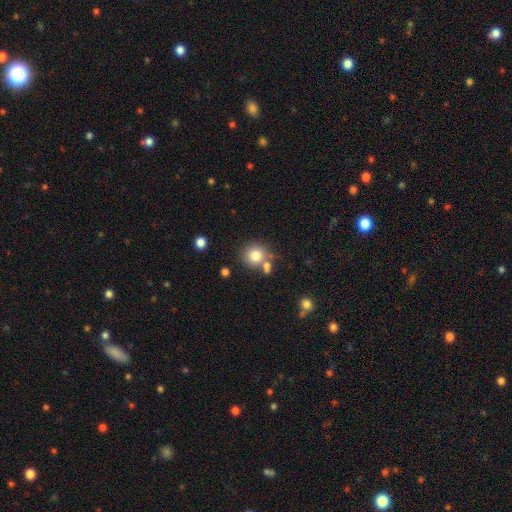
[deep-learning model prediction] Smooth or featured? Predicted: smooth (p=0.80). How rounded? Predicted: round (p=0.88). Merging? Predicted: none (p=0.64).